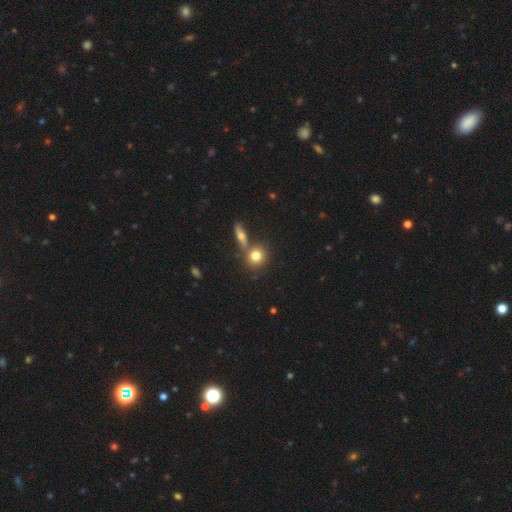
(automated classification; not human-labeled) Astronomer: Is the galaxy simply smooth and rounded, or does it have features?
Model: smooth — 76%.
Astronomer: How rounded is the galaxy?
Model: round — 79%.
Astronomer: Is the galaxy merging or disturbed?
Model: none — 60%.